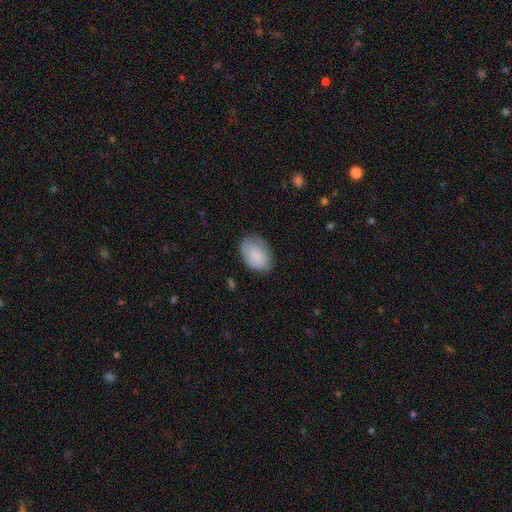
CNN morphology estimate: A smooth galaxy with no disk features (84%) that is in between round and cigar-shaped (85%). Merging: none (71%).